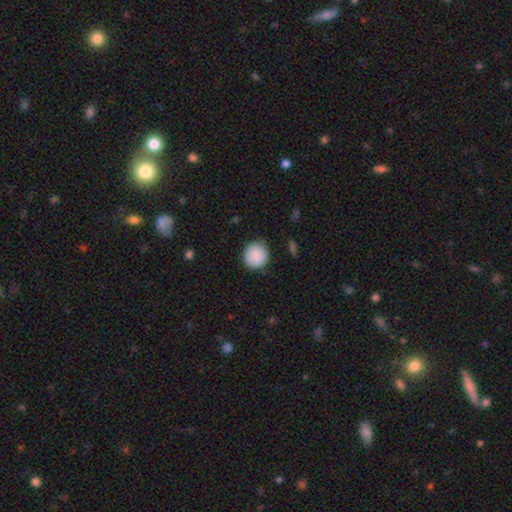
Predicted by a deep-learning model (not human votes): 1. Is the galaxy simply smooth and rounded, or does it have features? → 88% smooth, 7% star or artifact, 5% featured or disk.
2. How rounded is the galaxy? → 93% round, 6% in between, 1% cigar-shaped.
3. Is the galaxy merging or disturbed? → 85% none, 12% minor disturbance, 3% major disturbance, 1% merger.